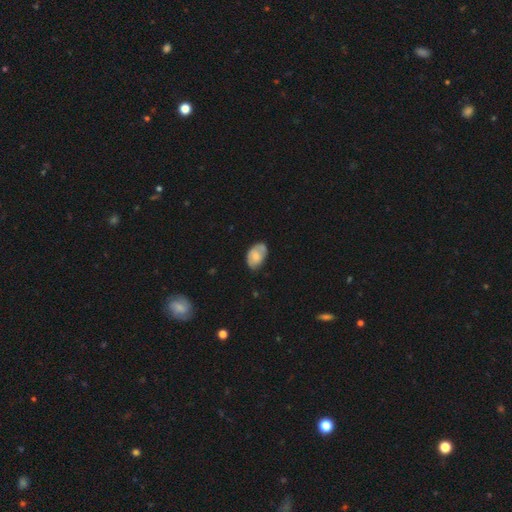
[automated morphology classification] This is likely a smooth galaxy (66%). How rounded: clearly in between (91%). Merging: possibly none (59%).